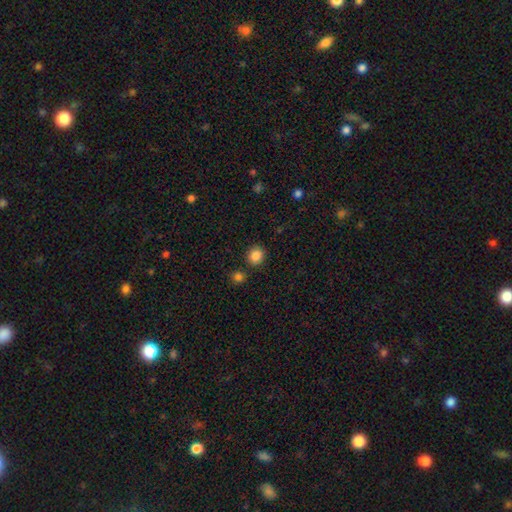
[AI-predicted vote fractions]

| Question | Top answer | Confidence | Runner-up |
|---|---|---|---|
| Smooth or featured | smooth | 86% | star or artifact (10%) |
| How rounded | round | 83% | in between (17%) |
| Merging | none | 85% | minor disturbance (7%) |